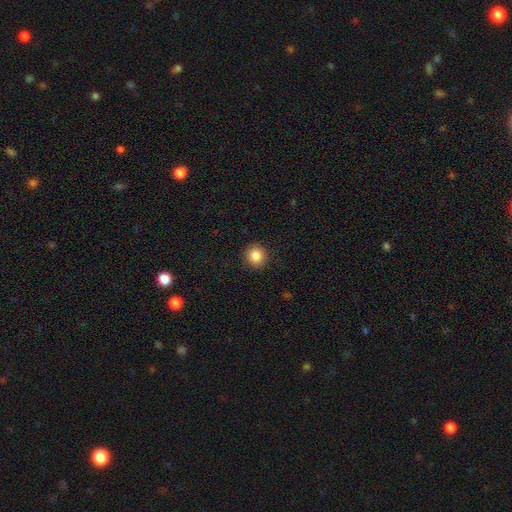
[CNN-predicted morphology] type=smooth (86%); roundness=round (90%); merging=none (91%).